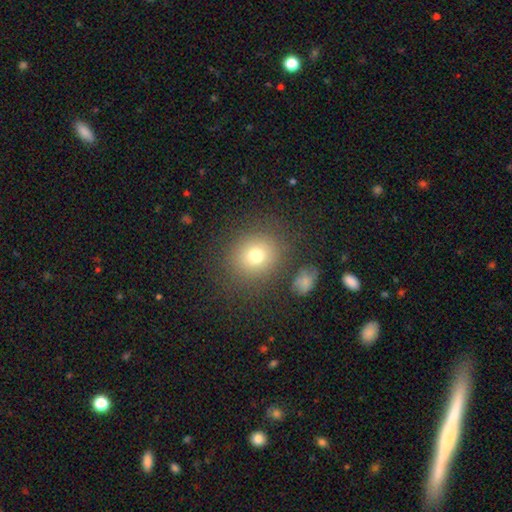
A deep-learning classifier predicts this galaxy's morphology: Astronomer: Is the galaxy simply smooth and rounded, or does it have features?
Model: smooth — 75%.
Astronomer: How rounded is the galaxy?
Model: round — 76%.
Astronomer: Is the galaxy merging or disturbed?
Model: none — 80%.